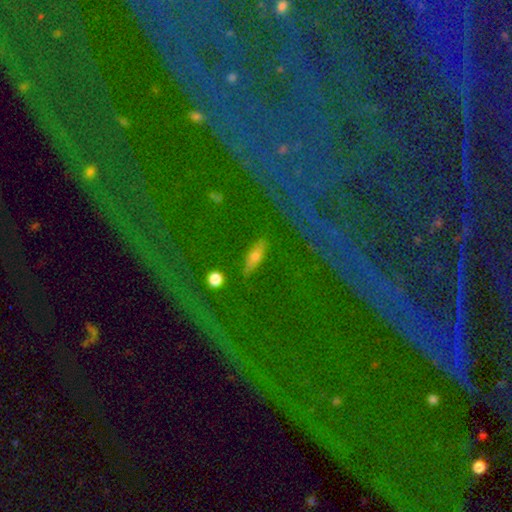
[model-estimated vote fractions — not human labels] The model was most divided on "smooth or featured": smooth: 49%, featured or disk: 40%, star or artifact: 10%. More confident: merging — none (81%).